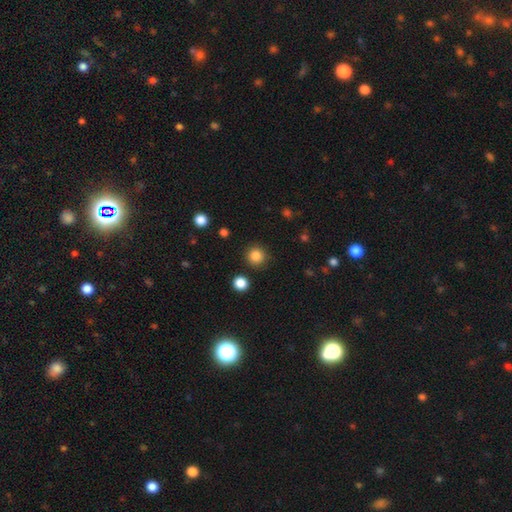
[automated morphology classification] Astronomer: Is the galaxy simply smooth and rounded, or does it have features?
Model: smooth — 85%.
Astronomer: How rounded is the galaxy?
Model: round — 94%.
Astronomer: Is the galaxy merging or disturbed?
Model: none — 88%.